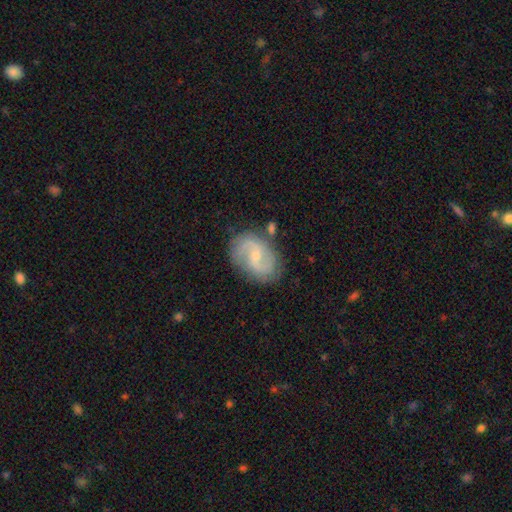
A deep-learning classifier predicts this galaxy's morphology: Smooth or featured? featured or disk (83%)
Edge-on disk? no (98%)
Bar? weak (51%)
Spiral arms? yes (95%)
Spiral winding? medium (48%)
Spiral arm count? 2 (90%)
Bulge size? small (67%)
Merging? none (78%)